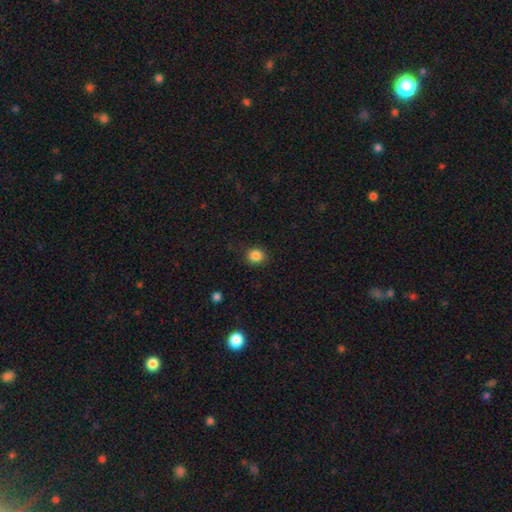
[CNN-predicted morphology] smooth_or_featured: smooth (p=0.85) [alt: star or artifact p=0.11]
how_rounded: round (p=0.80) [alt: in between p=0.19]
merging: none (p=0.87) [alt: minor disturbance p=0.09]